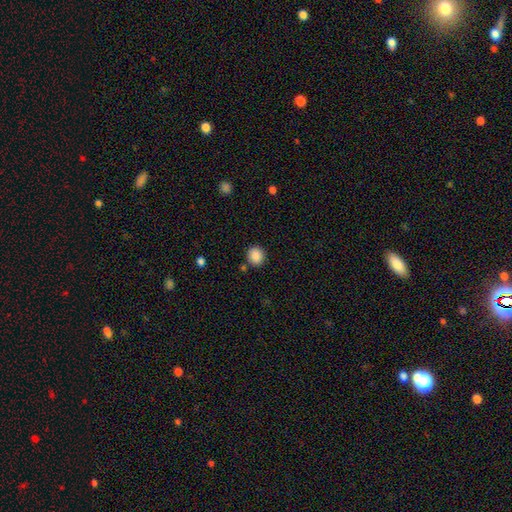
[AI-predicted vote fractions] Smooth or featured: smooth — 88% (star or artifact — 9%)
How rounded: round — 78% (in between — 21%)
Merging: none — 84% (minor disturbance — 9%)